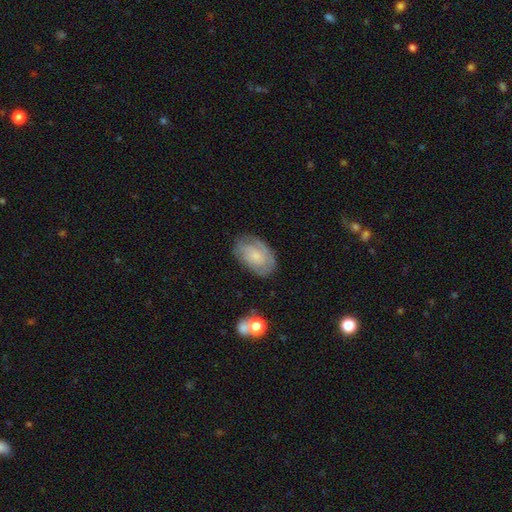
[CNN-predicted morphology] featured or disk 54%, smooth 39%, star or artifact 7%. Down the decision tree: edge-on disk — no (96%); bar — no (75%); spiral arms — yes (76%); bulge size — small (63%); merging — none (67%).